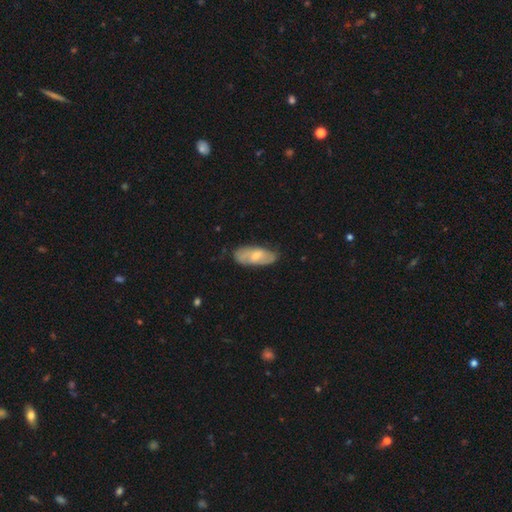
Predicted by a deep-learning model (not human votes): Smooth or featured: smooth — 55% (featured or disk — 39%)
How rounded: in between — 86% (cigar-shaped — 11%)
Merging: none — 70% (minor disturbance — 23%)